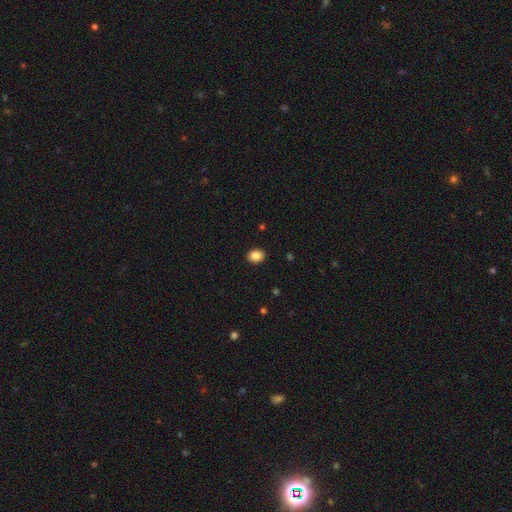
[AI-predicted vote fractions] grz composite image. It shows a smooth galaxy with no disk features (86%) that is round (52%). Merging: none (91%).